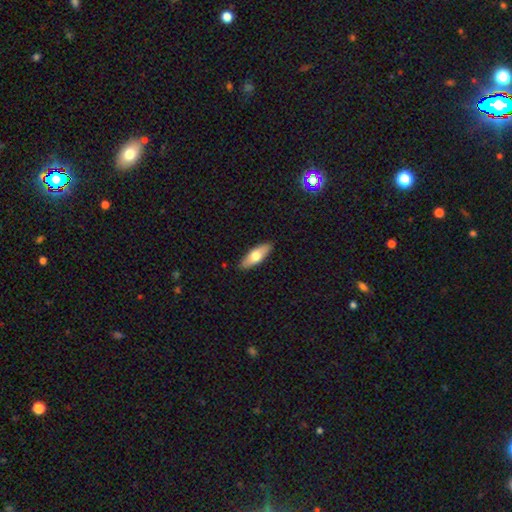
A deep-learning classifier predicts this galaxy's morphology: This appears to be a smooth galaxy with no disk features (63%) that is in between round and cigar-shaped (67%). Merging: none (89%).